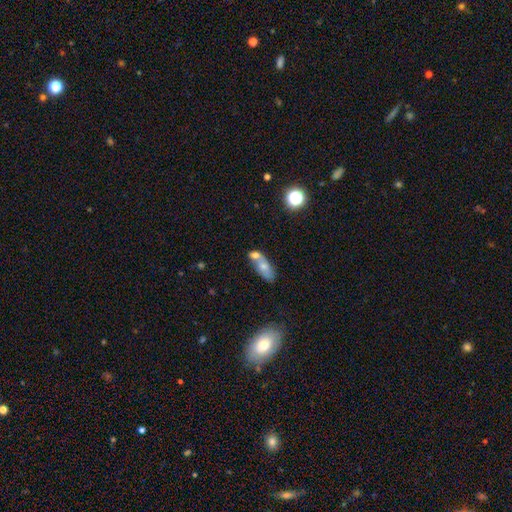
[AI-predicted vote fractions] Smooth or featured: smooth — 62% (featured or disk — 27%)
How rounded: in between — 75% (cigar-shaped — 17%)
Merging: merger — 52% (none — 31%)